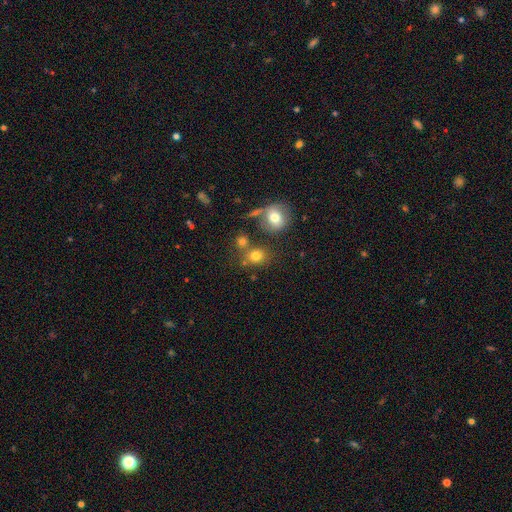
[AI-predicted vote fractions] Smooth or featured? Predicted: smooth (p=0.76). How rounded? Predicted: round (p=0.73). Merging? Predicted: none (p=0.62).